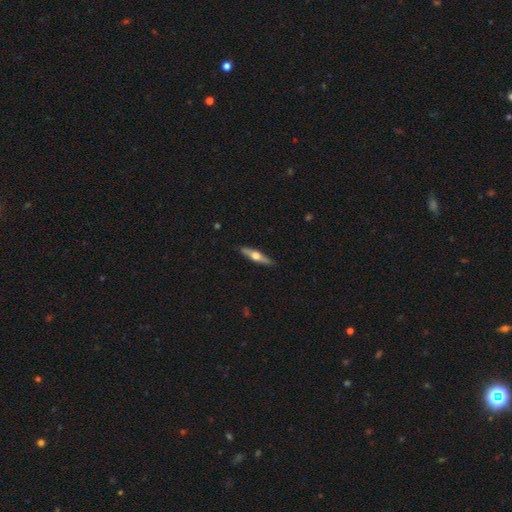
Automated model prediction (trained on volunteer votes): Smooth or featured?
  - featured or disk: 63% *
  - smooth: 32%
  - star or artifact: 5%
Edge-on disk?
  - yes: 95% *
  - no: 5%
Edge-on bulge?
  - rounded: 95% *
  - boxy: 3%
  - none: 2%
Merging?
  - none: 90% *
  - minor disturbance: 8%
  - major disturbance: 2%
  - merger: 1%